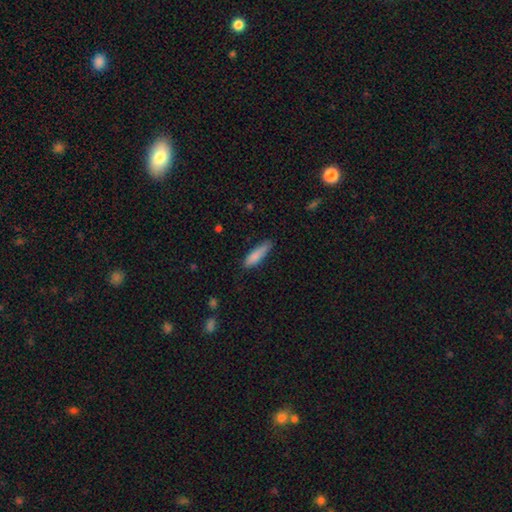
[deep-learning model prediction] Q: Smooth or featured?
A: smooth (85%); runner-up: featured or disk (9%)
Q: How rounded?
A: cigar-shaped (69%); runner-up: in between (29%)
Q: Merging?
A: none (74%); runner-up: minor disturbance (21%)